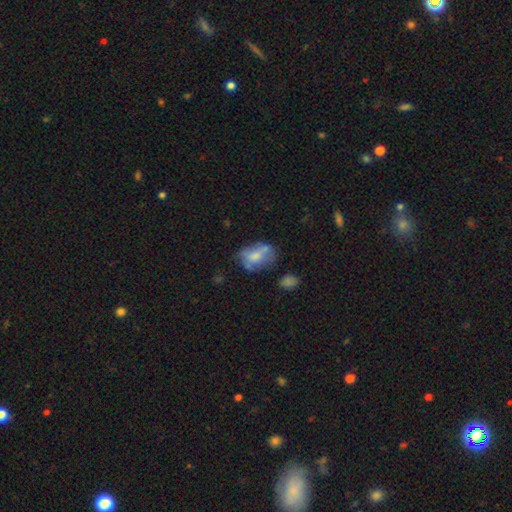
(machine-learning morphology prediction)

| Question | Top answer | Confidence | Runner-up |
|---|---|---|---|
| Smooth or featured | smooth | 56% | featured or disk (35%) |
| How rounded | in between | 77% | round (21%) |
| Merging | none | 41% | minor disturbance (28%) |